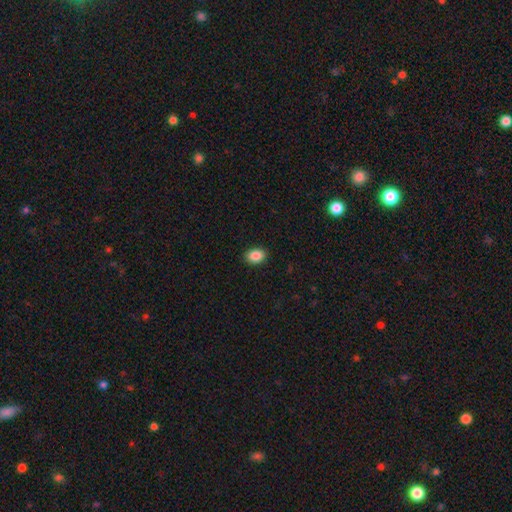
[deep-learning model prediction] The model was most divided on "how rounded": in between: 80%, round: 19%, cigar-shaped: 1%. More confident: merging — none (90%); smooth or featured — smooth (88%).